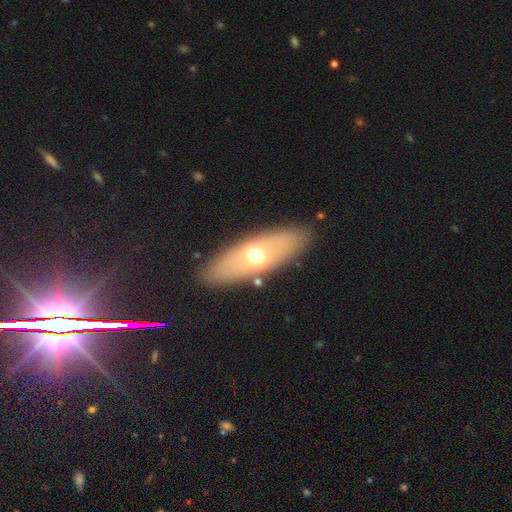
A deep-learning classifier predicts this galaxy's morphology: smooth_or_featured: smooth (p=0.55) [alt: featured or disk p=0.37]
how_rounded: in between (p=0.65) [alt: cigar-shaped p=0.31]
merging: none (p=0.86) [alt: minor disturbance p=0.08]